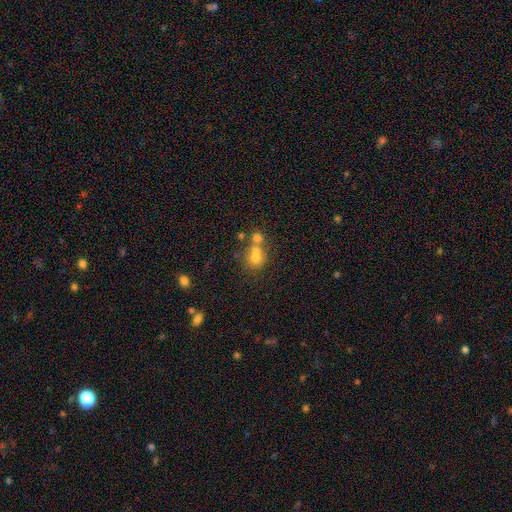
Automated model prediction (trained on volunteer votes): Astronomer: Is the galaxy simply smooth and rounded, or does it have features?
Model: smooth — 65%.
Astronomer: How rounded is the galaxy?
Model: round — 78%.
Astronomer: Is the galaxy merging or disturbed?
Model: merger — 55% (runner-up: none, 34%).